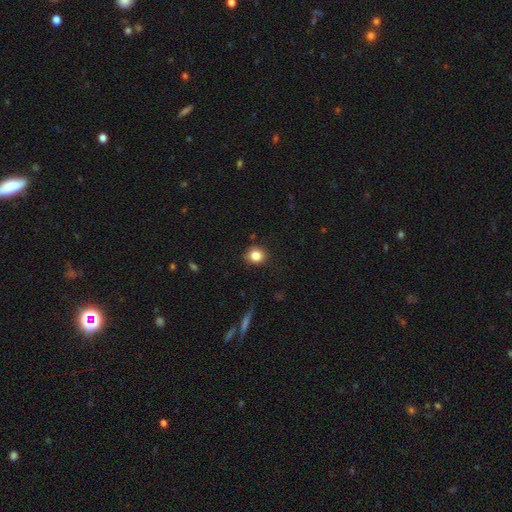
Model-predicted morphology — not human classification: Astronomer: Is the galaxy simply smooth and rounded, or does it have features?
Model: smooth — 83%.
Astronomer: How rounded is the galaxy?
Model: round — 80%.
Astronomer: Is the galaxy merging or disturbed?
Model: none — 86%.